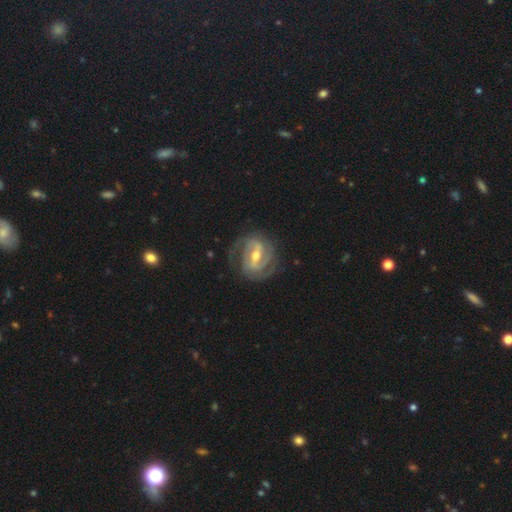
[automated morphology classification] A featured or disk galaxy (91%) with a strong bar (53%), 2 (67%) tight (55%) spiral arms (97%) and a moderate central bulge (68%).

Vote fractions:
- Smooth or featured? featured or disk: 91% / smooth: 5% / star or artifact: 4%
- Edge-on disk? no: 97% / yes: 3%
- Bar? strong: 53% / weak: 36% / no: 11%
- Spiral arms? yes: 97% / no: 3%
- Spiral winding? tight: 55% / medium: 37% / loose: 8%
- Spiral arm count? 2: 67% / 3: 15% / can't tell: 8% / 4: 3% / 1: 3% / more than 4: 3%
- Bulge size? moderate: 68% / small: 25% / large: 4% / none: 1% / dominant: 1%
- Merging? none: 76% / minor disturbance: 15% / major disturbance: 7% / merger: 1%